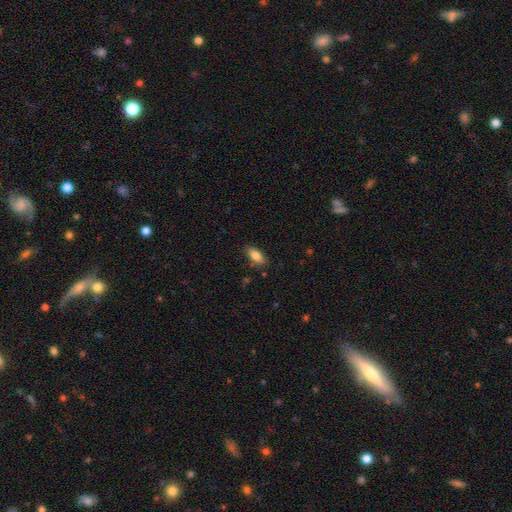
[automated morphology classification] This is clearly a smooth galaxy (82%). How rounded: clearly in between (85%). Merging: clearly none (82%).